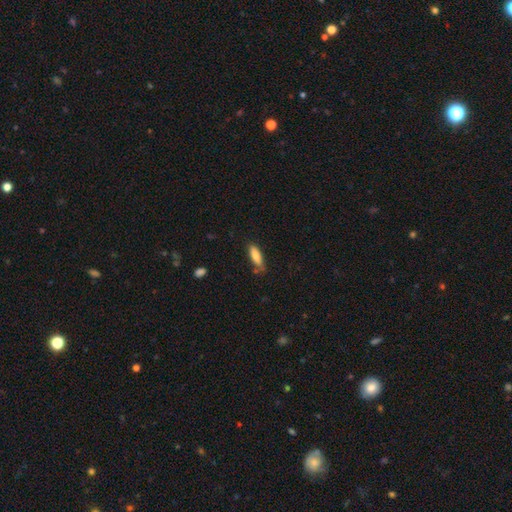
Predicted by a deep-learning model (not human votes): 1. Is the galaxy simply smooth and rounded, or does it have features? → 82% smooth, 11% featured or disk, 7% star or artifact.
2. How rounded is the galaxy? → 56% in between, 42% cigar-shaped, 2% round.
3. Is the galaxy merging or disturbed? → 69% none, 23% minor disturbance, 4% major disturbance, 4% merger.